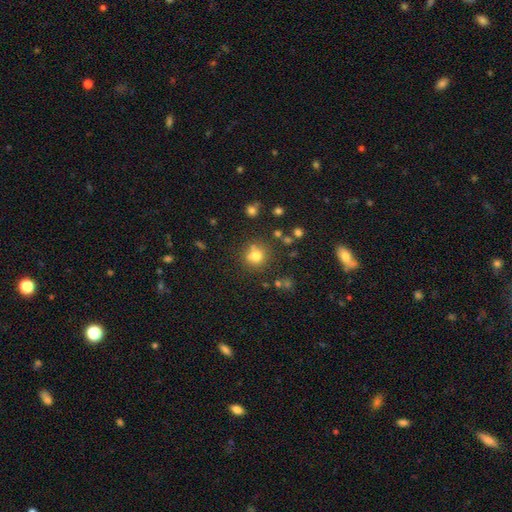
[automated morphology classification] type=smooth (72%); roundness=round (86%); merging=none (64%).